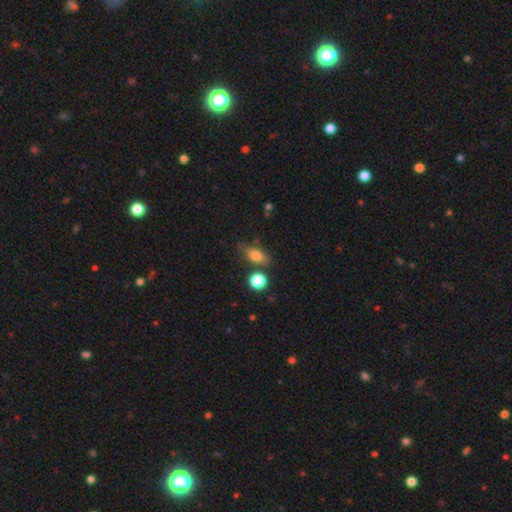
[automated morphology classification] Smooth or featured? smooth (78%)
How rounded? in between (77%)
Merging? none (68%)